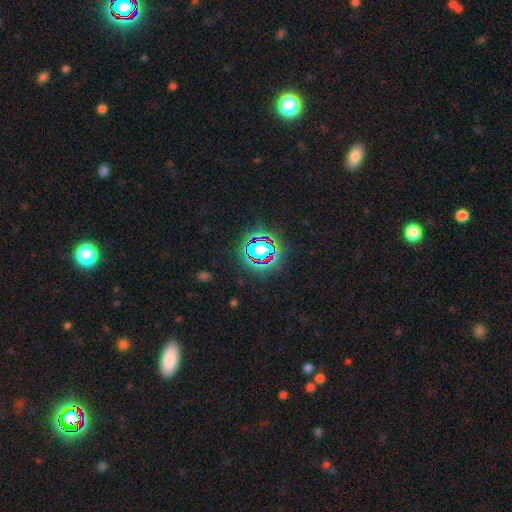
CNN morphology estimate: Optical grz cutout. It shows a star or artifact, not a galaxy (67%).